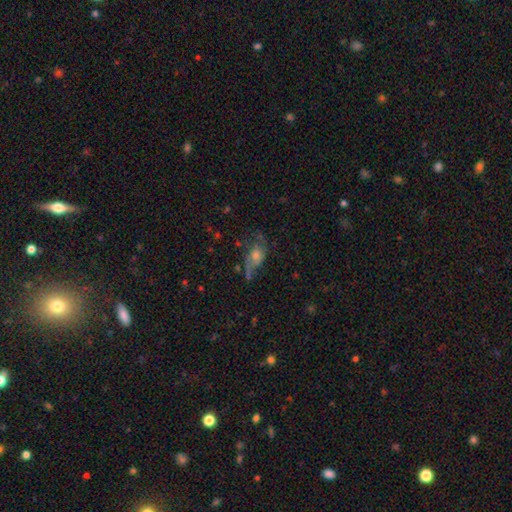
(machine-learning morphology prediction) Smooth or featured? featured or disk (49%)
Merging? none (45%)